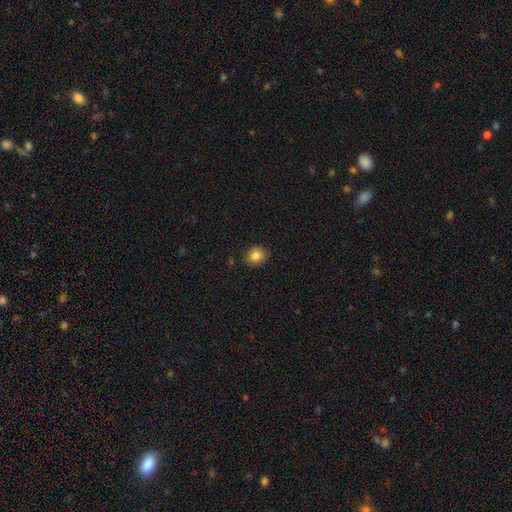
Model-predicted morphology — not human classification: A smooth galaxy with no disk features (83%) that is round (67%).

Vote fractions:
- Smooth or featured? smooth: 83% / star or artifact: 10% / featured or disk: 7%
- How rounded? round: 67% / in between: 32% / cigar-shaped: 1%
- Merging? none: 86% / minor disturbance: 10% / major disturbance: 2% / merger: 1%